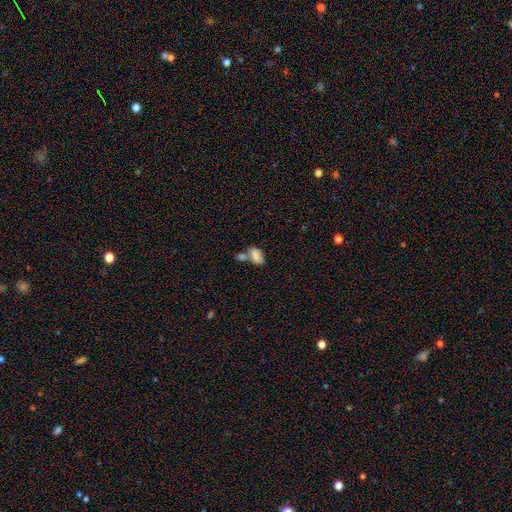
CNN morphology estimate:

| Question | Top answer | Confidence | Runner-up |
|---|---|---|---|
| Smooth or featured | smooth | 79% | featured or disk (12%) |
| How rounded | in between | 90% | round (6%) |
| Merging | merger | 49% | none (33%) |